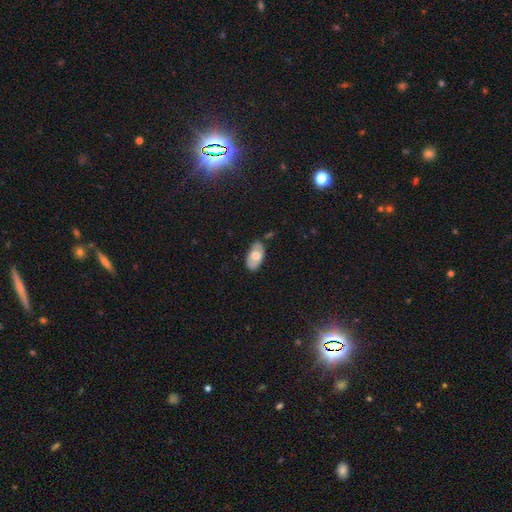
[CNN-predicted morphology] This appears to be a smooth galaxy with no disk features (57%) that is in between round and cigar-shaped (93%). Merging: none (77%).